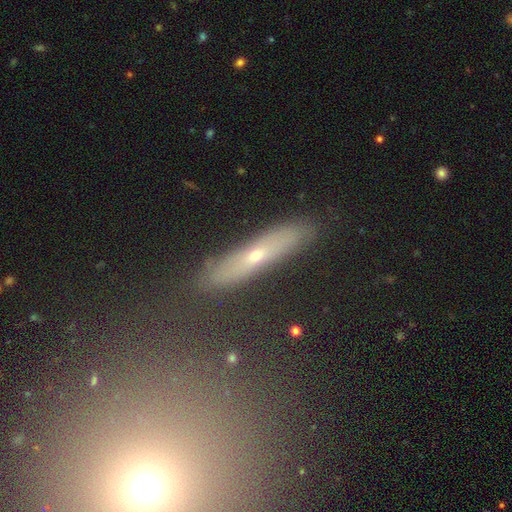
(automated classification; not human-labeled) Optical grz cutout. It shows a featured or disk galaxy (51%) viewed edge-on (66%). Merging: none (86%).